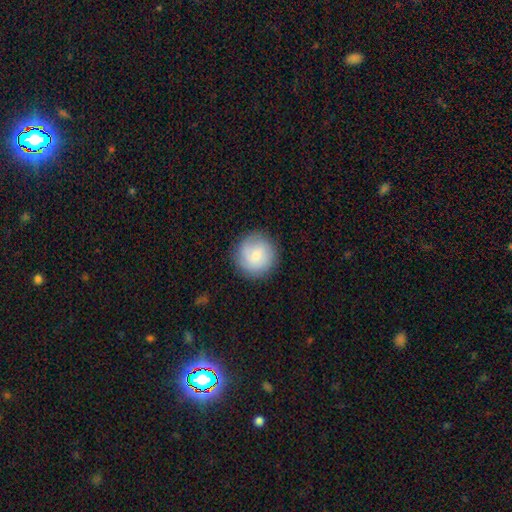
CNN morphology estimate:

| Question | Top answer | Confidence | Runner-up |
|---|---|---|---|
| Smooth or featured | smooth | 69% | featured or disk (24%) |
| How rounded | round | 95% | in between (4%) |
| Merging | none | 85% | minor disturbance (10%) |